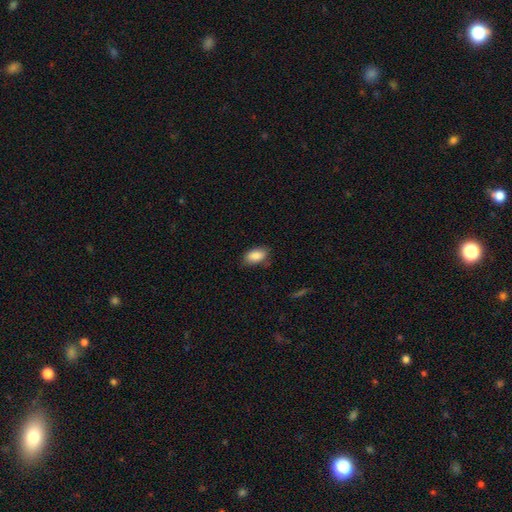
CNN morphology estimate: Q: Smooth or featured?
A: smooth (87%); runner-up: star or artifact (7%)
Q: How rounded?
A: in between (92%); runner-up: round (5%)
Q: Merging?
A: none (77%); runner-up: minor disturbance (18%)